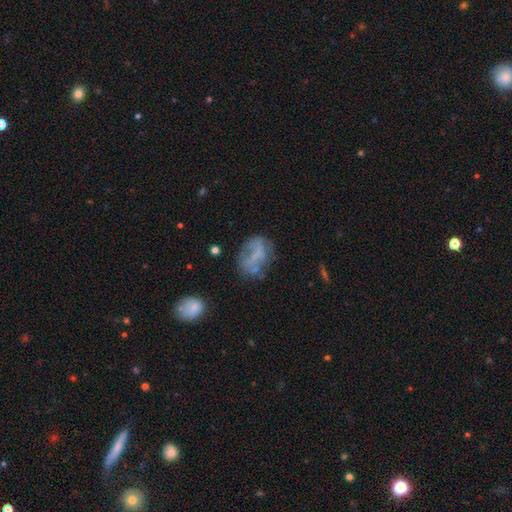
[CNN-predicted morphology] Q: Smooth or featured?
A: smooth (44%); runner-up: featured or disk (43%)
Q: Merging?
A: none (52%); runner-up: minor disturbance (24%)